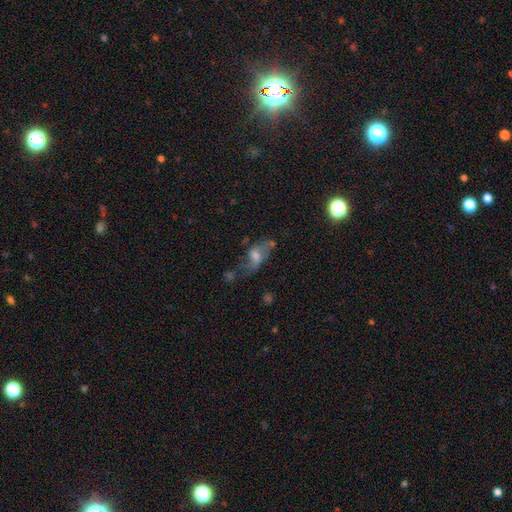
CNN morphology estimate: A featured or disk galaxy (50%). Merging: none (36%).